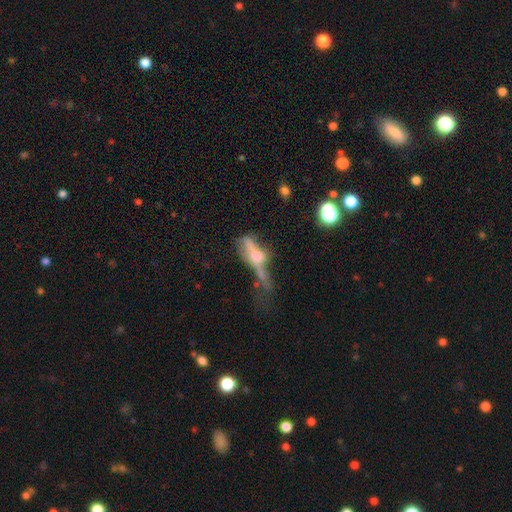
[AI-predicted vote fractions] Smooth or featured? featured or disk (51%)
Edge-on disk? yes (54%)
Merging? major disturbance (45%)